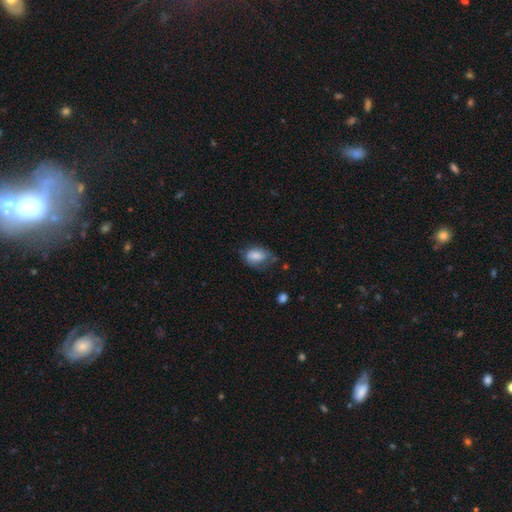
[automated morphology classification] Smooth or featured?
  - smooth: 77% *
  - featured or disk: 15%
  - star or artifact: 8%
How rounded?
  - in between: 86% *
  - round: 12%
  - cigar-shaped: 2%
Merging?
  - none: 48% *
  - minor disturbance: 35%
  - major disturbance: 15%
  - merger: 3%